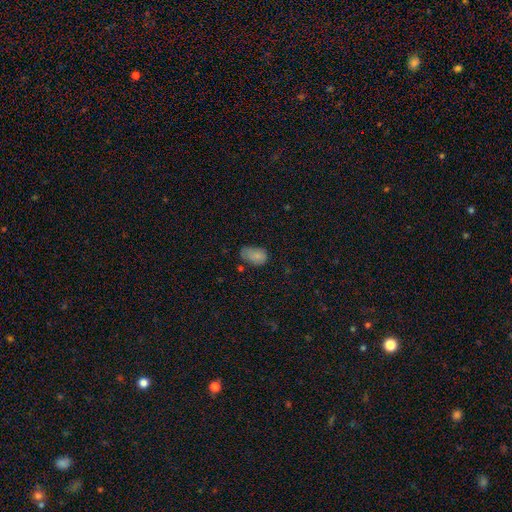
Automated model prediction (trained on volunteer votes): Overall: smooth (81%). How rounded: in between (88%). Merging: none (43%; minor disturbance 39%).